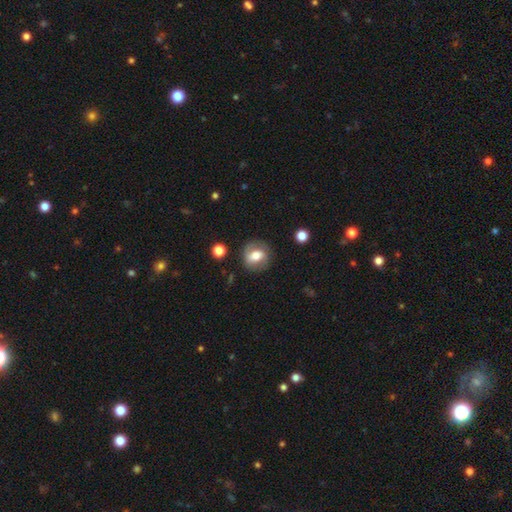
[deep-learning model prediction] smooth_or_featured: smooth (p=0.55) [alt: featured or disk p=0.38]
how_rounded: round (p=0.70) [alt: in between p=0.29]
merging: none (p=0.79) [alt: minor disturbance p=0.14]